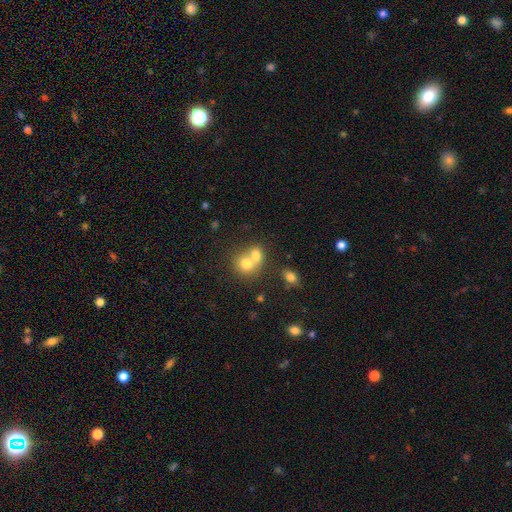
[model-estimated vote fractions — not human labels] Smooth or featured: smooth — 73% (featured or disk — 16%)
How rounded: round — 65% (in between — 34%)
Merging: merger — 66% (none — 26%)